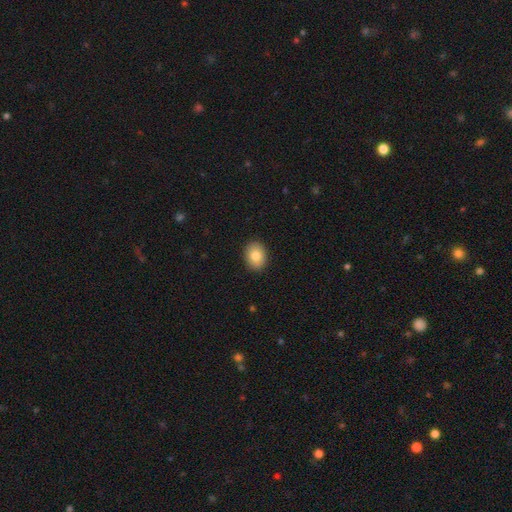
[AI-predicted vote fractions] Morphology: type=smooth (82%); roundness=in between (62%); merging=none (90%).